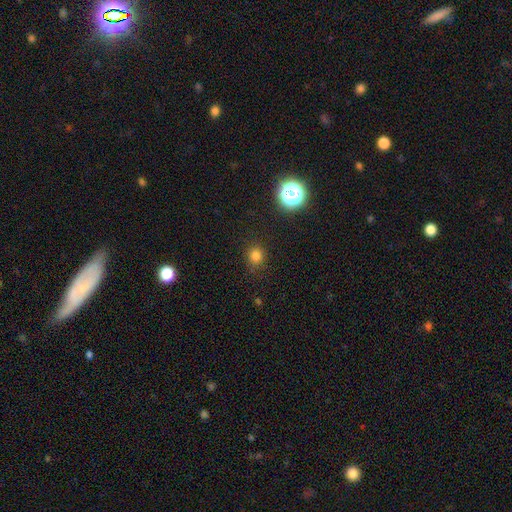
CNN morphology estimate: Smooth or featured? smooth (79%)
How rounded? round (86%)
Merging? none (86%)